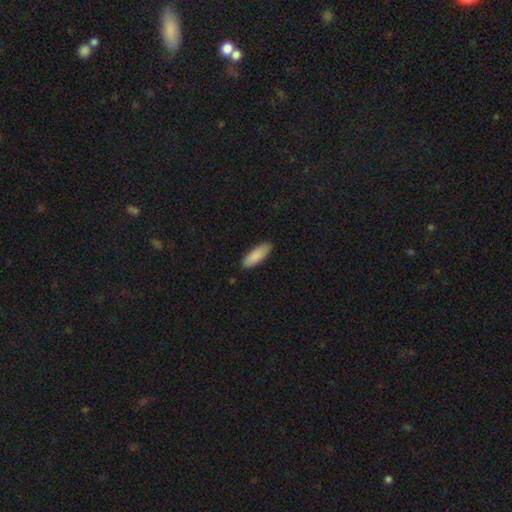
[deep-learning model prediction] Q: Smooth or featured?
A: smooth (88%); runner-up: featured or disk (6%)
Q: How rounded?
A: in between (65%); runner-up: cigar-shaped (33%)
Q: Merging?
A: none (88%); runner-up: minor disturbance (9%)